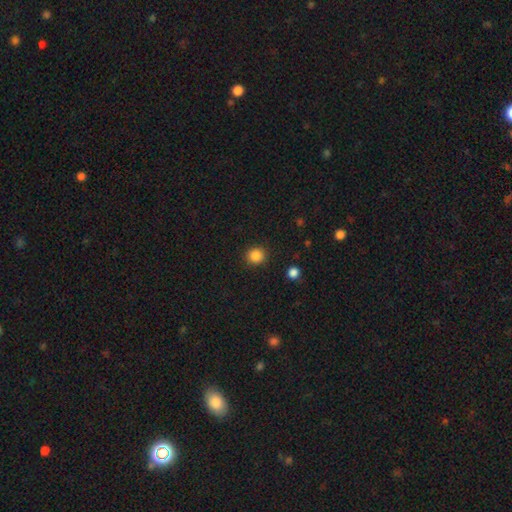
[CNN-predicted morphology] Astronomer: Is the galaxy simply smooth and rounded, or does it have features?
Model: smooth — 86%.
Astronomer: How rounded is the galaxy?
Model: round — 89%.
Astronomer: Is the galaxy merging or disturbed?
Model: none — 90%.